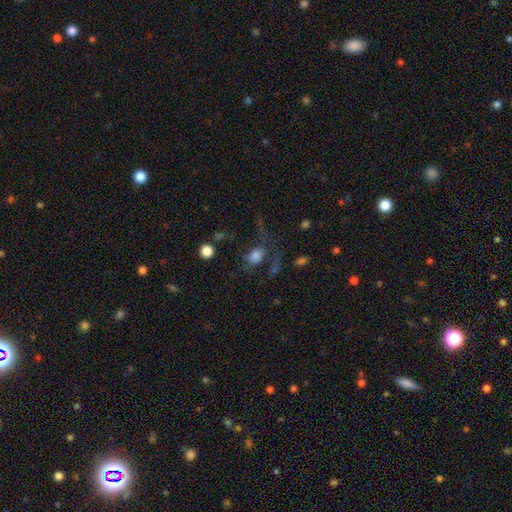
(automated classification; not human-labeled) Morphology: type=smooth (62%); roundness=in between (58%); merging=none (39%).